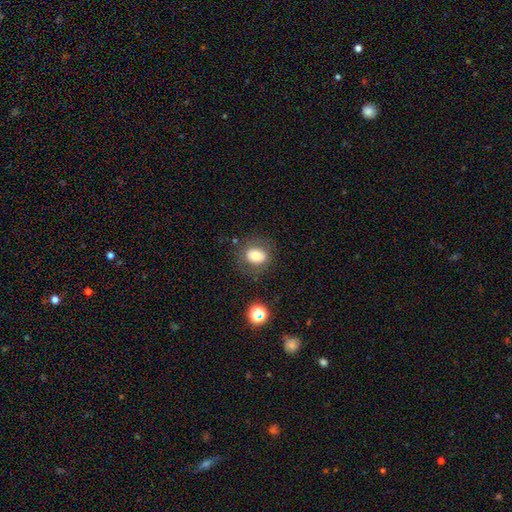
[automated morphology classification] smooth_or_featured: smooth (p=0.71) [alt: featured or disk p=0.17]
how_rounded: round (p=0.50) [alt: in between p=0.49]
merging: none (p=0.76) [alt: minor disturbance p=0.14]